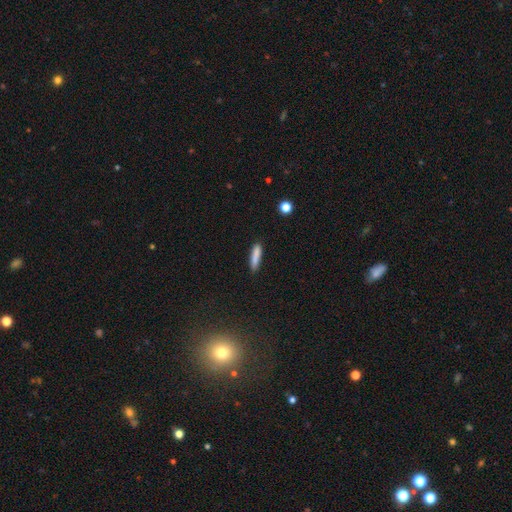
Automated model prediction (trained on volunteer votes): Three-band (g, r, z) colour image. It shows a smooth galaxy with no disk features (84%) that is cigar-shaped (84%). Merging: none (84%).